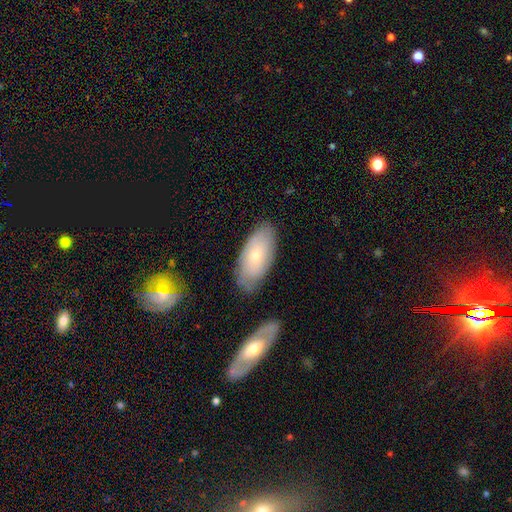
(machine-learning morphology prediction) Smooth or featured?
  - smooth: 57% *
  - featured or disk: 37%
  - star or artifact: 6%
How rounded?
  - in between: 92% *
  - cigar-shaped: 5%
  - round: 3%
Merging?
  - none: 77% *
  - minor disturbance: 17%
  - major disturbance: 4%
  - merger: 3%